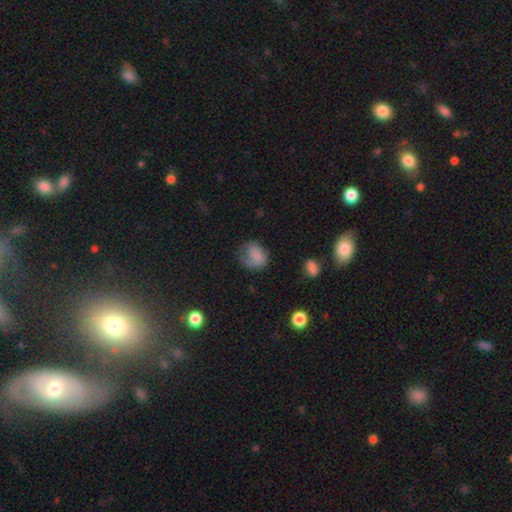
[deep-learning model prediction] Overall: smooth (75%). How rounded: in between (50%; round 48%). Merging: none (43%; minor disturbance 29%).